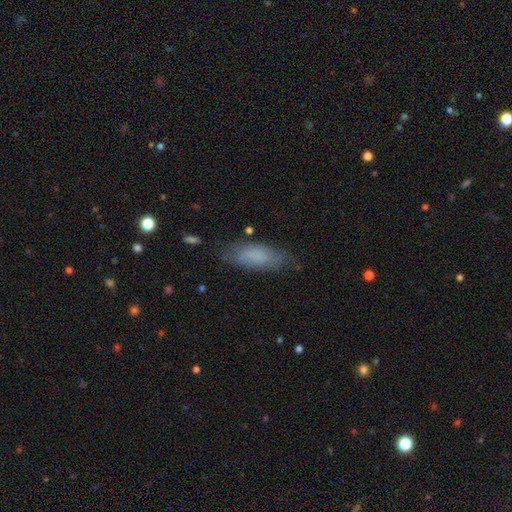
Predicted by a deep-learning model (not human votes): A smooth galaxy with no disk features (79%) that is in between round and cigar-shaped (70%).

Vote fractions:
- Smooth or featured? smooth: 79% / featured or disk: 14% / star or artifact: 8%
- How rounded? in between: 70% / cigar-shaped: 28% / round: 2%
- Merging? none: 73% / minor disturbance: 19% / major disturbance: 6% / merger: 2%